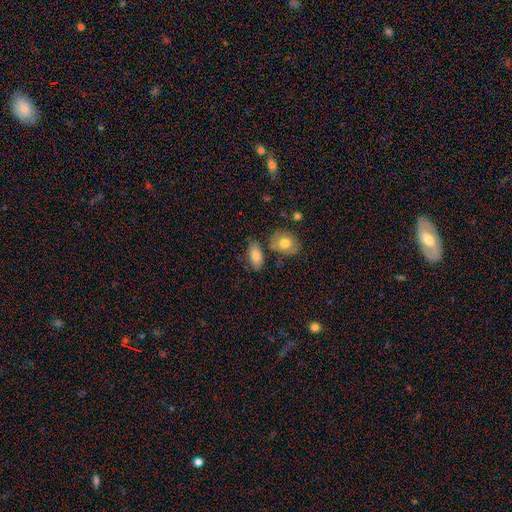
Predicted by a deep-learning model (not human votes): A smooth galaxy with no disk features (79%) that is in between round and cigar-shaped (89%). Merging: none (66%).